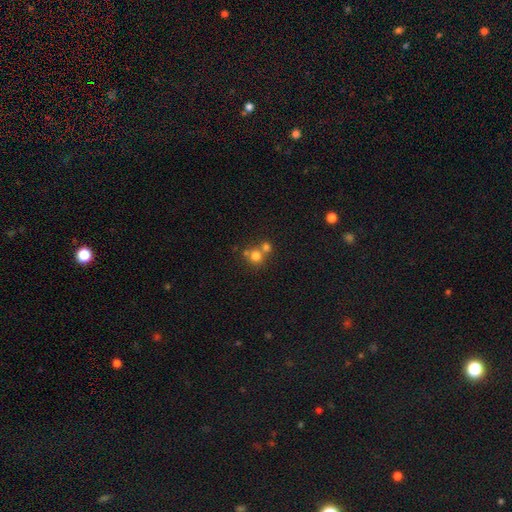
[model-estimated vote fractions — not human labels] smooth 74%, star or artifact 14%, featured or disk 12%. Down the decision tree: how rounded — round (87%); merging — none (46%).